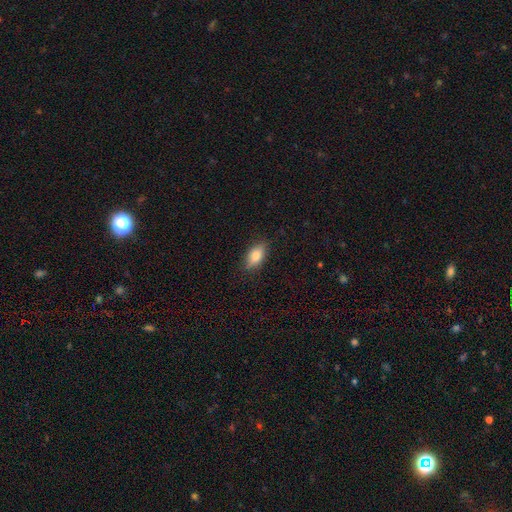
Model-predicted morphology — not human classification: smooth-or-featured: smooth: 76% | featured or disk: 16% | star or artifact: 8%
  how-rounded: in between: 84% | cigar-shaped: 11% | round: 5%
  merging: none: 84% | minor disturbance: 13% | major disturbance: 3% | merger: 1%